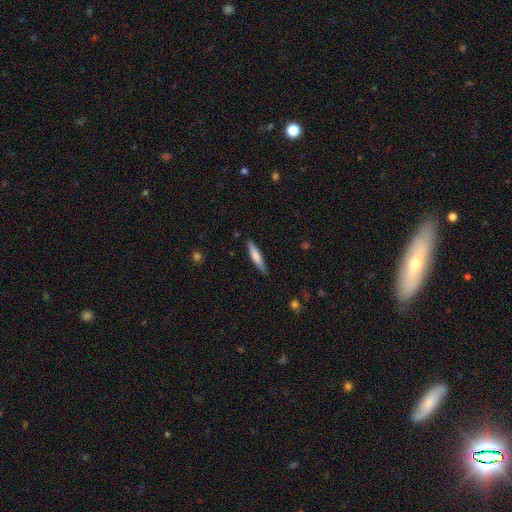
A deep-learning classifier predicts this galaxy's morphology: This is likely a smooth galaxy (69%). How rounded: clearly cigar-shaped (86%). Merging: clearly none (86%).